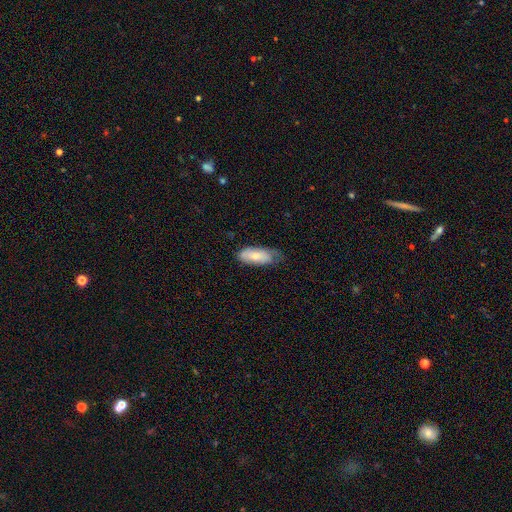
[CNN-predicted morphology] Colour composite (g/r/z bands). It shows a smooth galaxy with no disk features (70%) that is in between round and cigar-shaped (84%). Merging: none (47%).